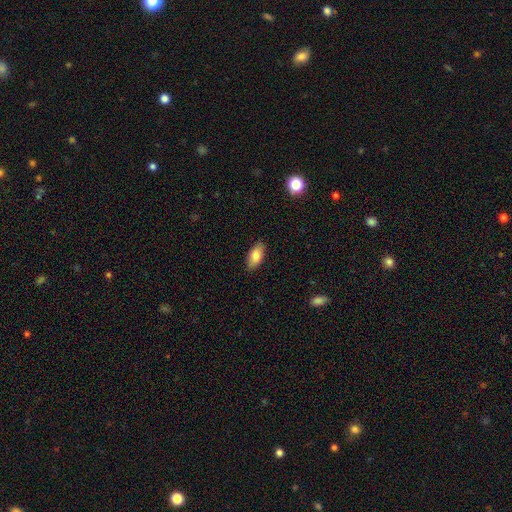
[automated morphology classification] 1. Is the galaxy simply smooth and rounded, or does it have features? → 80% smooth, 13% featured or disk, 7% star or artifact.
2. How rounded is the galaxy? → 90% in between, 7% cigar-shaped, 3% round.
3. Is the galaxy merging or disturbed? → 86% none, 11% minor disturbance, 2% major disturbance, 1% merger.